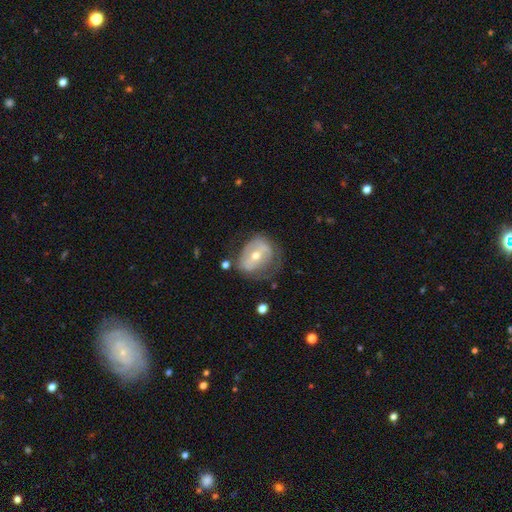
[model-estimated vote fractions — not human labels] Smooth or featured? Predicted: featured or disk (p=0.65). Edge-on disk? Predicted: no (p=0.94). Bar? Predicted: strong (p=0.35, tied with weak). Spiral arms? Predicted: no (p=0.53). Bulge size? Predicted: moderate (p=0.56). Merging? Predicted: none (p=0.49).